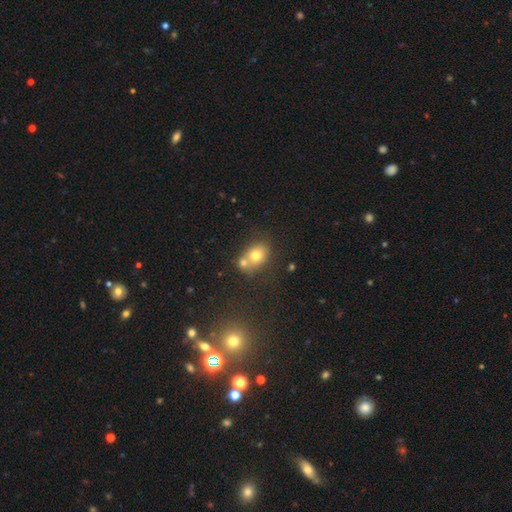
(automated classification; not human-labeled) The model was most divided on "how rounded": round: 50%, in between: 49%, cigar-shaped: 1%. Remaining: smooth or featured — smooth (71%); merging — none (44%).